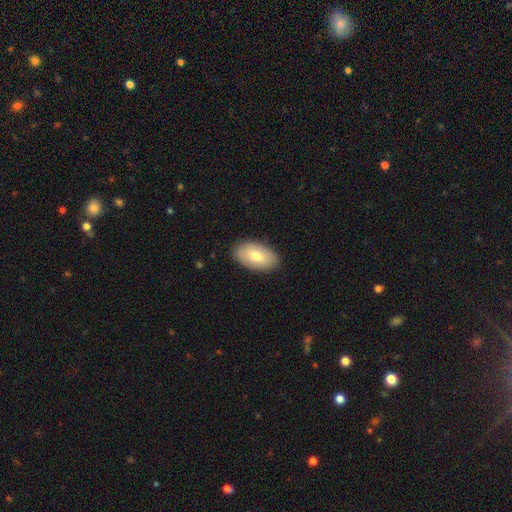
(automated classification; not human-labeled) A smooth galaxy with no disk features (75%) that is in between round and cigar-shaped (94%). Merging: none (86%).